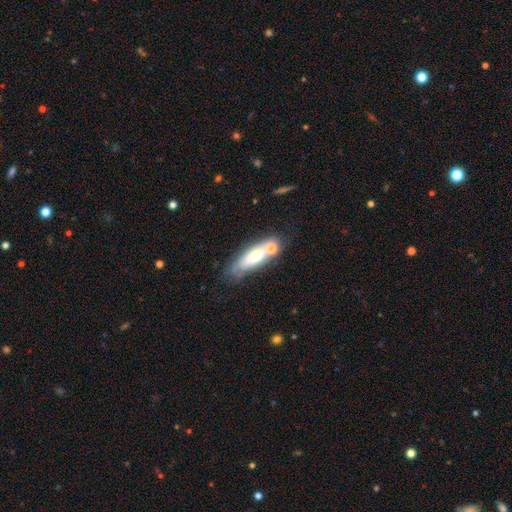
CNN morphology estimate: Smooth or featured? smooth (52%)
How rounded? in between (58%)
Merging? none (45%)